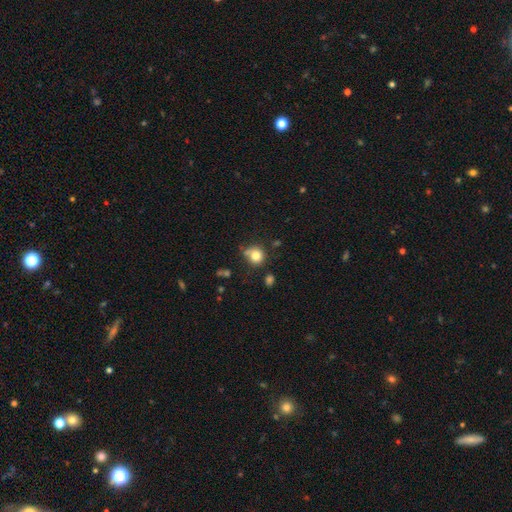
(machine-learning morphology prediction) Smooth or featured?
  - smooth: 80% *
  - star or artifact: 11%
  - featured or disk: 9%
How rounded?
  - round: 82% *
  - in between: 17%
  - cigar-shaped: 1%
Merging?
  - none: 61% *
  - minor disturbance: 22%
  - merger: 9%
  - major disturbance: 7%